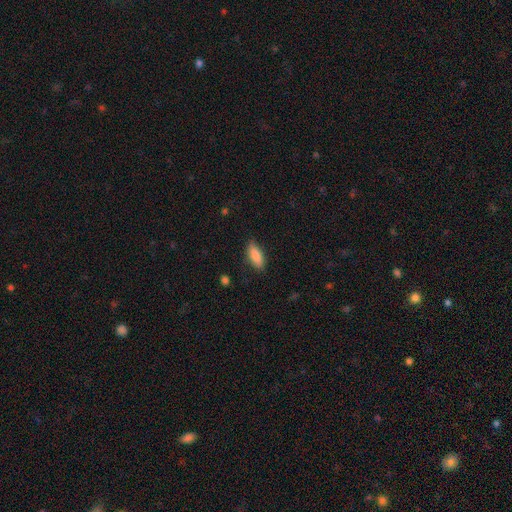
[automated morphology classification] Overall: smooth (85%). How rounded: in between (75%). Merging: none (83%).